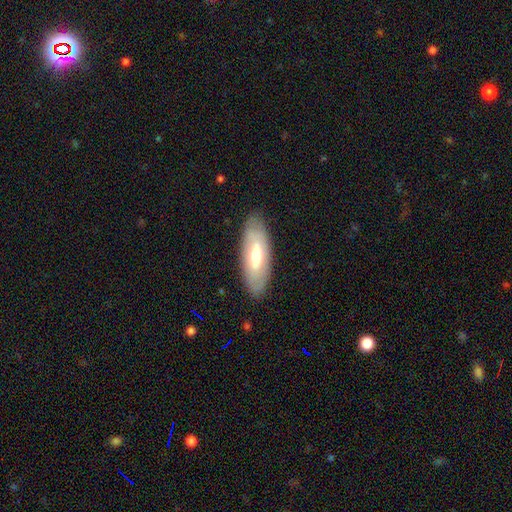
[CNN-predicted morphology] Smooth or featured: smooth — 49% (featured or disk — 45%)
Merging: none — 85% (minor disturbance — 11%)